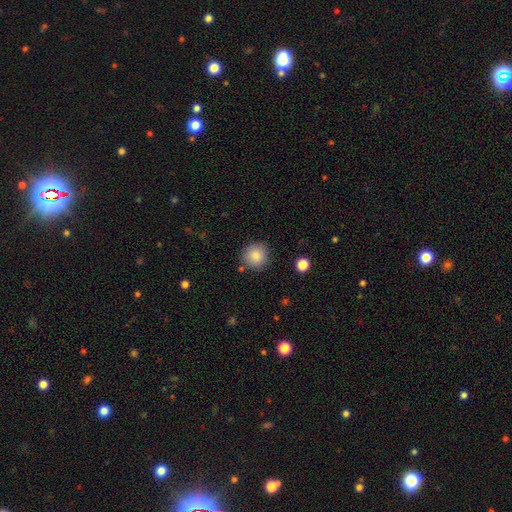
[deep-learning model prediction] Smooth or featured? smooth (86%)
How rounded? round (93%)
Merging? none (86%)